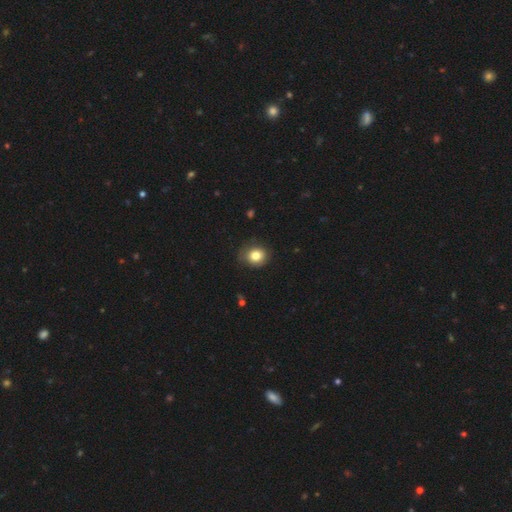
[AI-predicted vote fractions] Smooth or featured? smooth (81%)
How rounded? round (78%)
Merging? none (80%)